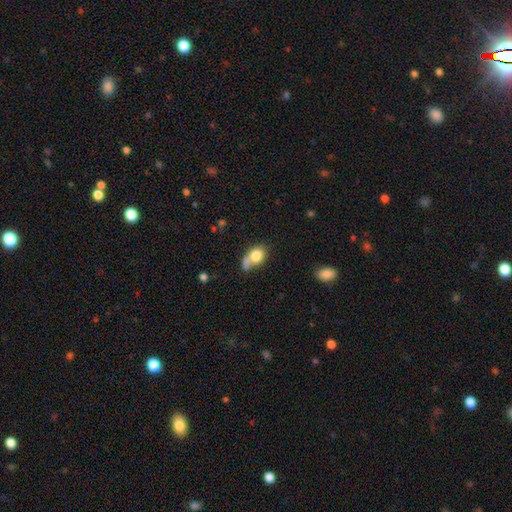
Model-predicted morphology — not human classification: smooth 76%, featured or disk 16%, star or artifact 8%. Down the decision tree: how rounded — in between (65%); merging — none (35%).